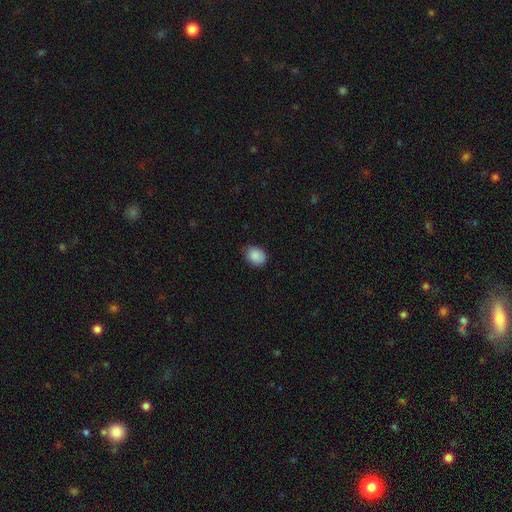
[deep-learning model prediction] Smooth or featured? Predicted: smooth (p=0.88). How rounded? Predicted: in between (p=0.60). Merging? Predicted: none (p=0.77).